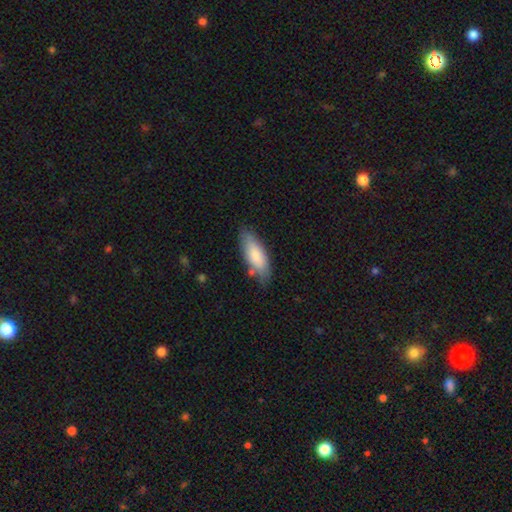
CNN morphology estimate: smooth 80%, featured or disk 14%, star or artifact 6%. Down the decision tree: how rounded — in between (72%); merging — none (73%).